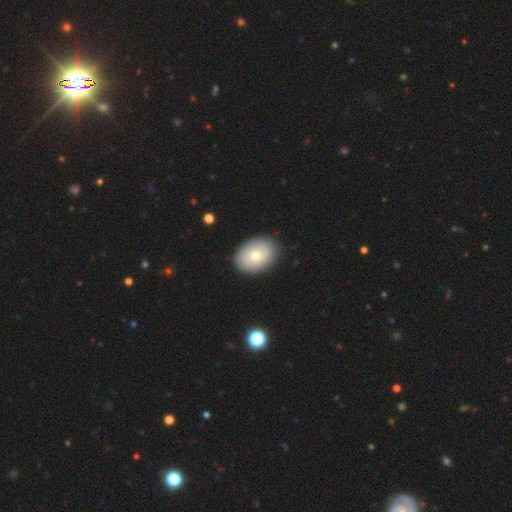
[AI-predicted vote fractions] A smooth galaxy with no disk features (74%) that is in between round and cigar-shaped (76%). Merging: none (87%).